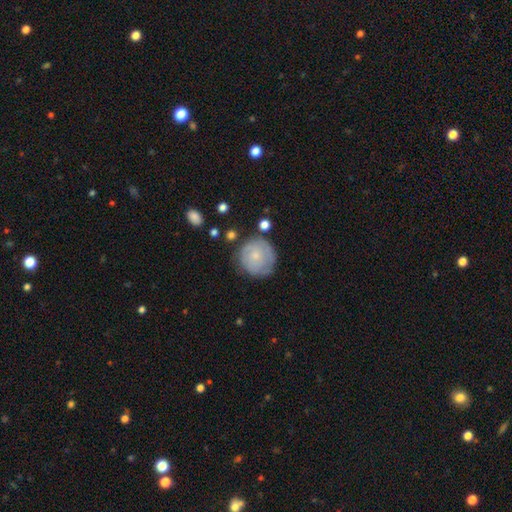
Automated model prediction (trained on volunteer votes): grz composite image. It shows a smooth galaxy with no disk features (57%) that is round (91%). Merging: none (70%).